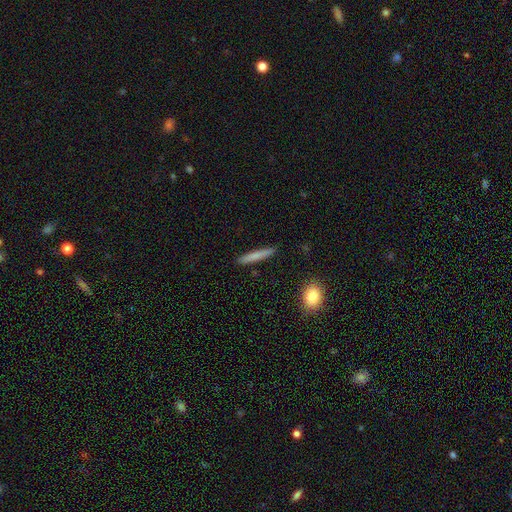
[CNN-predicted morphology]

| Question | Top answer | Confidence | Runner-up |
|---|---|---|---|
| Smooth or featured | smooth | 74% | featured or disk (20%) |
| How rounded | cigar-shaped | 94% | in between (5%) |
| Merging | none | 90% | minor disturbance (7%) |